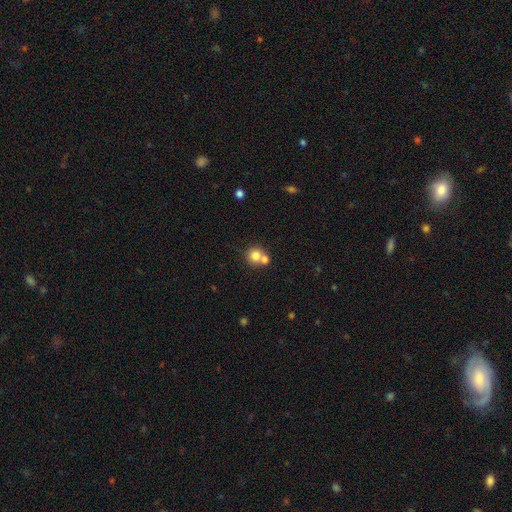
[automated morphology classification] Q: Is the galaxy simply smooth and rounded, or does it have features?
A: smooth — 77%.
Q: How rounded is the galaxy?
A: round — 88%.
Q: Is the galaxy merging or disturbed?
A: none — 46%.